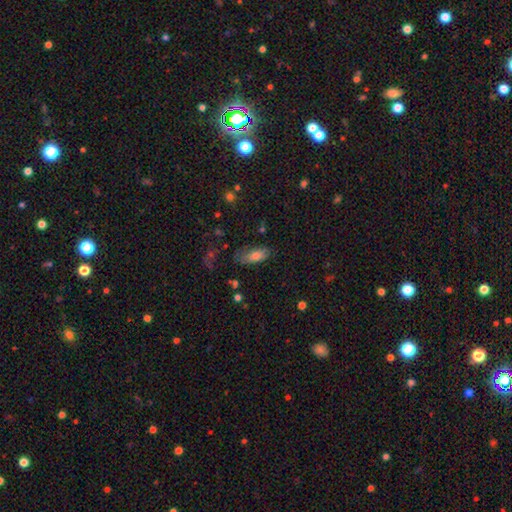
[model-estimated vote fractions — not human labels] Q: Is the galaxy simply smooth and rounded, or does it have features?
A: smooth — 74%.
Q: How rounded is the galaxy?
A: in between — 83%.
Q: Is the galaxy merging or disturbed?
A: none — 62%.